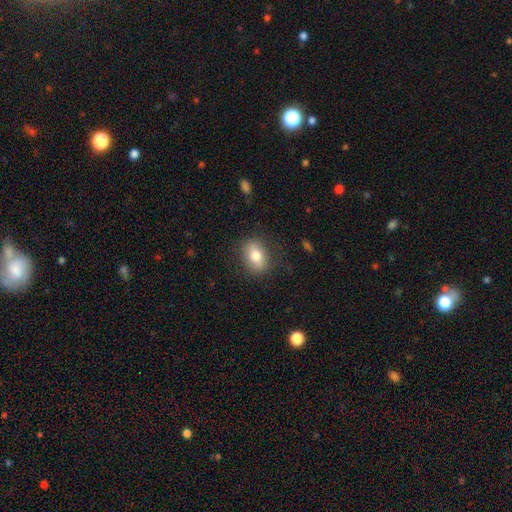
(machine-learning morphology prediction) Smooth or featured? smooth (73%)
How rounded? in between (76%)
Merging? none (82%)